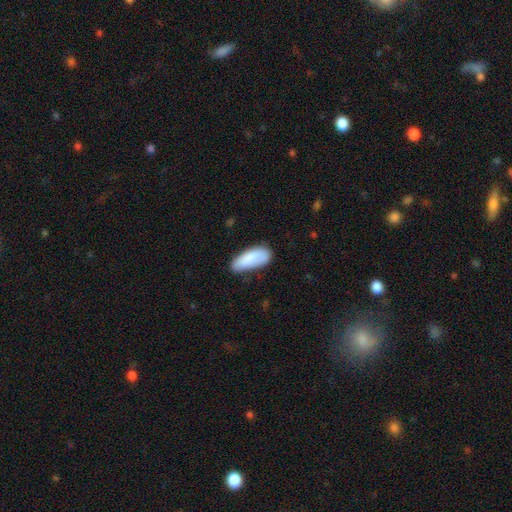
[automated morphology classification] Smooth or featured? Predicted: smooth (p=0.83). How rounded? Predicted: in between (p=0.81). Merging? Predicted: none (p=0.66).